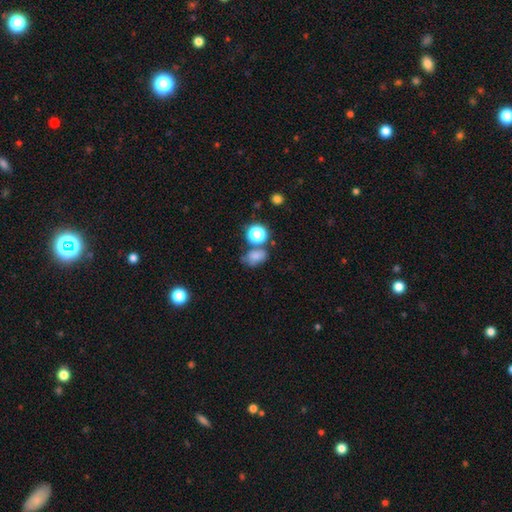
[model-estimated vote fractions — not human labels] smooth-or-featured: smooth: 73% | star or artifact: 18% | featured or disk: 9%
  how-rounded: in between: 63% | round: 35% | cigar-shaped: 1%
  merging: none: 50% | minor disturbance: 20% | merger: 20% | major disturbance: 10%